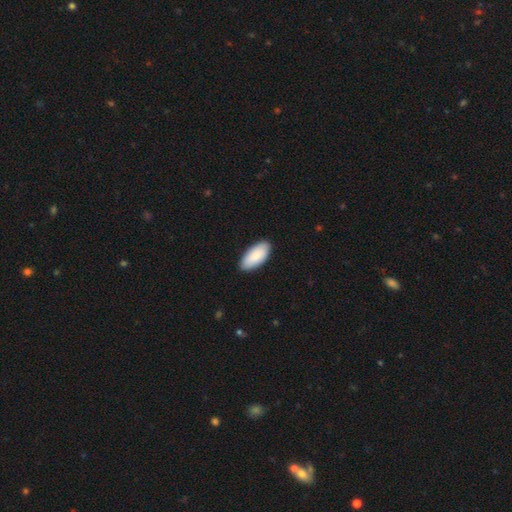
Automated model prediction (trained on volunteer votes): Overall: smooth (87%). How rounded: in between (93%). Merging: none (88%).